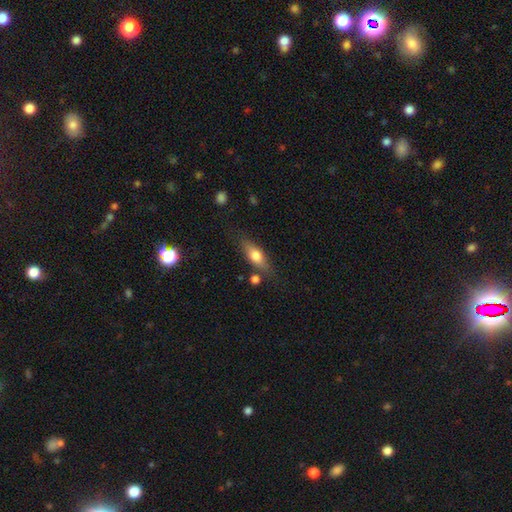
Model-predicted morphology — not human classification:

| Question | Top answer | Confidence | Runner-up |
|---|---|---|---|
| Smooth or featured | smooth | 69% | featured or disk (24%) |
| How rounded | in between | 67% | cigar-shaped (28%) |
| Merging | none | 71% | minor disturbance (18%) |